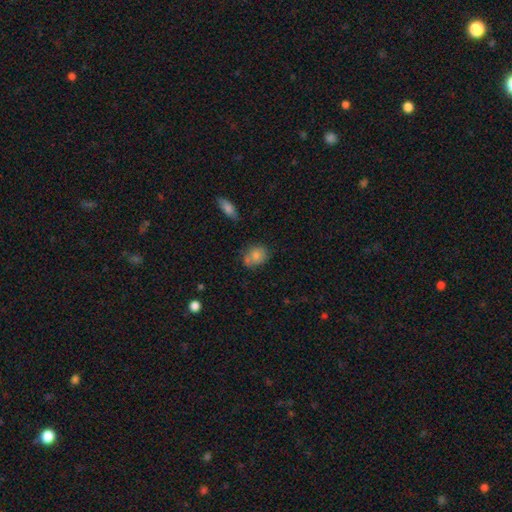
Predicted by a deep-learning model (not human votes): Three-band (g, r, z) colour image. It shows a smooth galaxy with no disk features (76%) that is in between round and cigar-shaped (50%). Merging: none (56%).